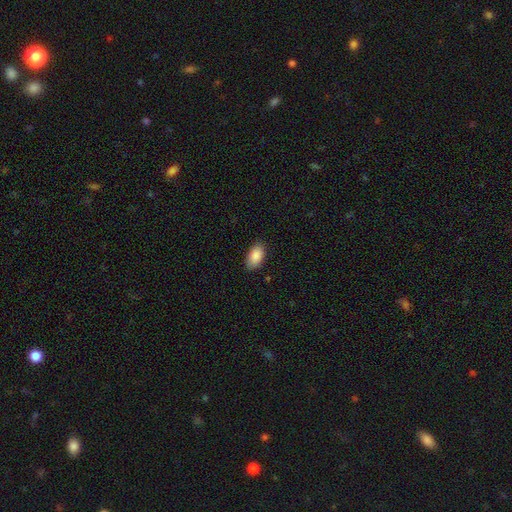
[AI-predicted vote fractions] This is clearly a smooth galaxy (89%). How rounded: clearly in between (94%). Merging: clearly none (85%).